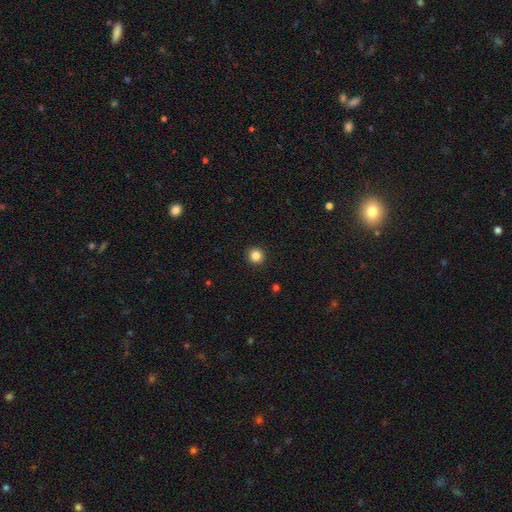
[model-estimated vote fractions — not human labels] The model was most divided on "smooth or featured": smooth: 84%, star or artifact: 11%, featured or disk: 4%. More confident: how rounded — round (95%); merging — none (94%).